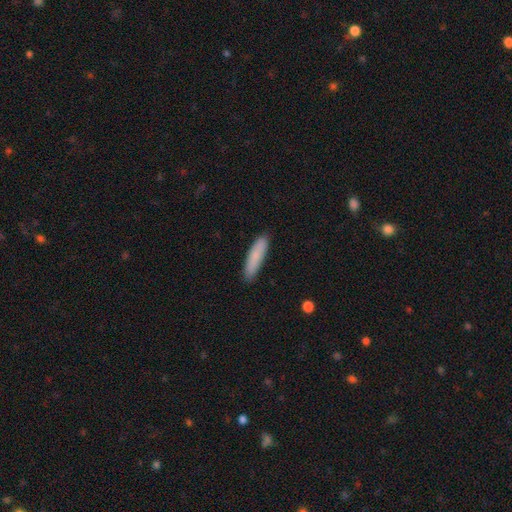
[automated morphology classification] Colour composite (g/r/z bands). It shows a smooth galaxy with no disk features (85%) that is cigar-shaped (78%). Merging: none (88%).